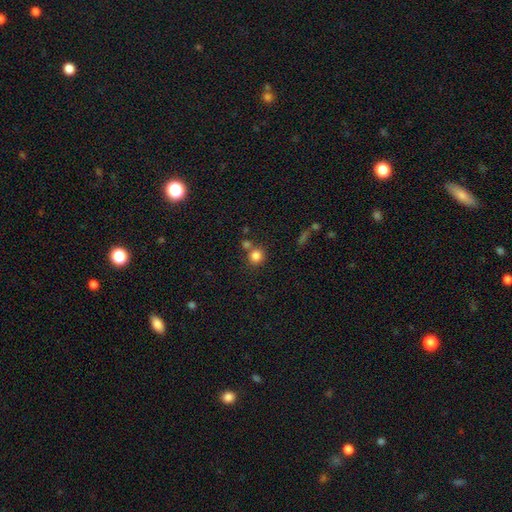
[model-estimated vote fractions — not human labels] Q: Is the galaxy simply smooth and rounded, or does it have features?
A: smooth — 82%.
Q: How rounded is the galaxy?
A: round — 90%.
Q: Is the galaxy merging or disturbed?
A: none — 65%.